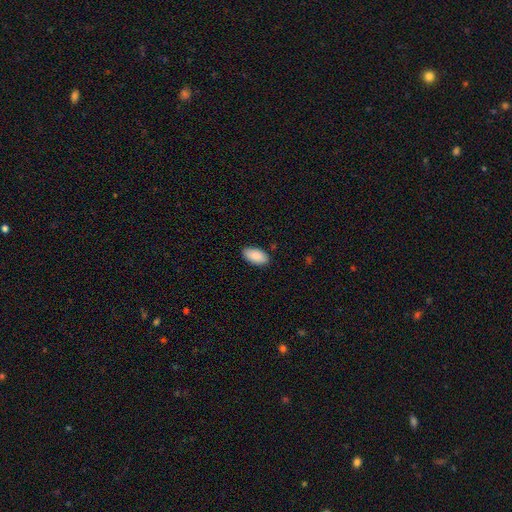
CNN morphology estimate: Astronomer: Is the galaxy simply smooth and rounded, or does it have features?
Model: smooth — 89%.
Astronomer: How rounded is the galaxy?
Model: in between — 95%.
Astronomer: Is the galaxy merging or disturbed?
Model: none — 88%.